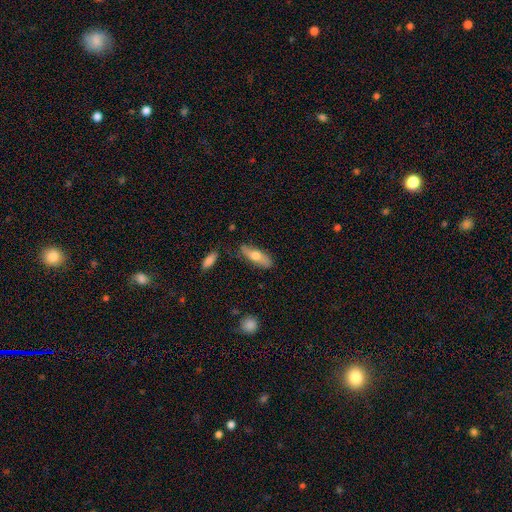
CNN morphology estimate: The model was most divided on "how rounded": in between: 59%, cigar-shaped: 38%, round: 3%. More confident: merging — none (73%); smooth or featured — smooth (63%).